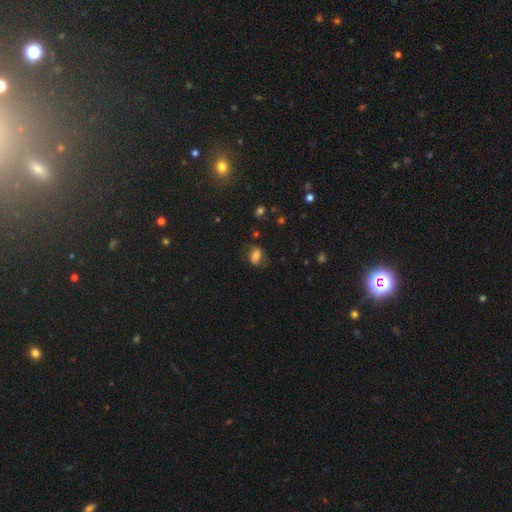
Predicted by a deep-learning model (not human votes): smooth-or-featured: smooth: 61% | featured or disk: 27% | star or artifact: 12%
  how-rounded: in between: 73% | round: 25% | cigar-shaped: 3%
  merging: none: 63% | minor disturbance: 22% | major disturbance: 12% | merger: 2%